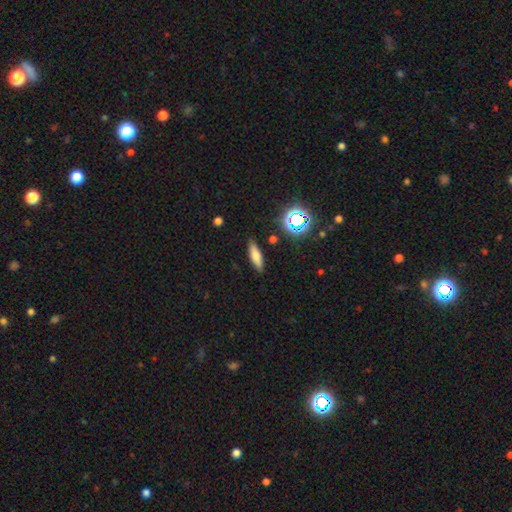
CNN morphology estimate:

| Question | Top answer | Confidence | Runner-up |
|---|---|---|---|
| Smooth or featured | smooth | 65% | featured or disk (22%) |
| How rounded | cigar-shaped | 52% | in between (44%) |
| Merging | none | 87% | minor disturbance (9%) |